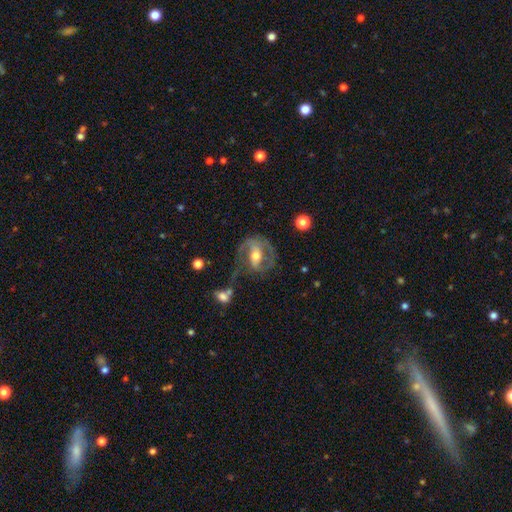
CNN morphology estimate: Smooth or featured: featured or disk — 79% (smooth — 15%)
Edge-on disk: no — 96% (yes — 4%)
Bar: strong — 41% (weak — 38%)
Spiral arms: yes — 84% (no — 16%)
Spiral winding: medium — 50% (tight — 26%)
Spiral arm count: 2 — 77% (1 — 10%)
Bulge size: moderate — 70% (small — 21%)
Merging: none — 51% (major disturbance — 23%)